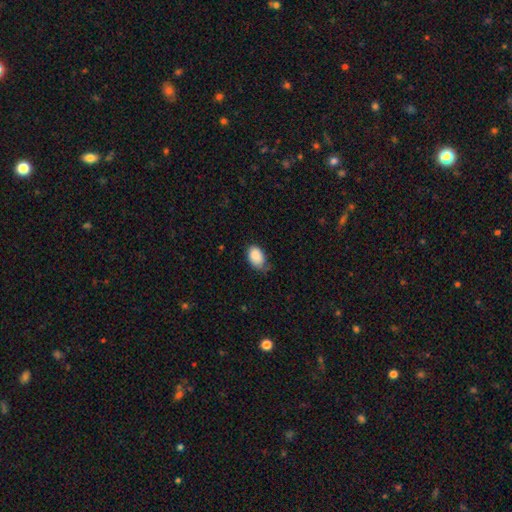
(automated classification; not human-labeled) smooth_or_featured: smooth (p=0.88) [alt: star or artifact p=0.07]
how_rounded: in between (p=0.88) [alt: round p=0.11]
merging: none (p=0.55) [alt: minor disturbance p=0.35]